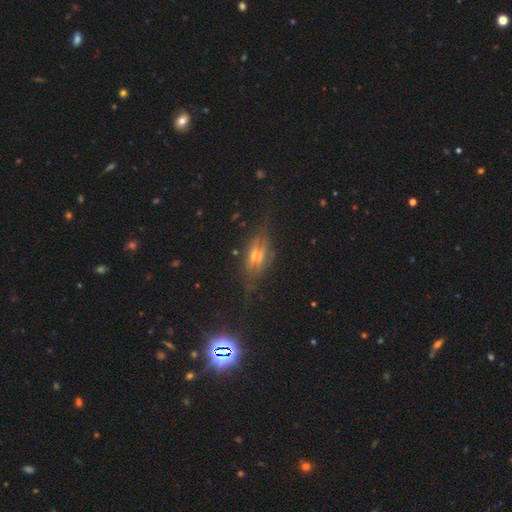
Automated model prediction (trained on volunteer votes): Q: Smooth or featured?
A: featured or disk (57%); runner-up: smooth (24%)
Q: Edge-on disk?
A: yes (77%); runner-up: no (23%)
Q: Merging?
A: none (70%); runner-up: minor disturbance (18%)